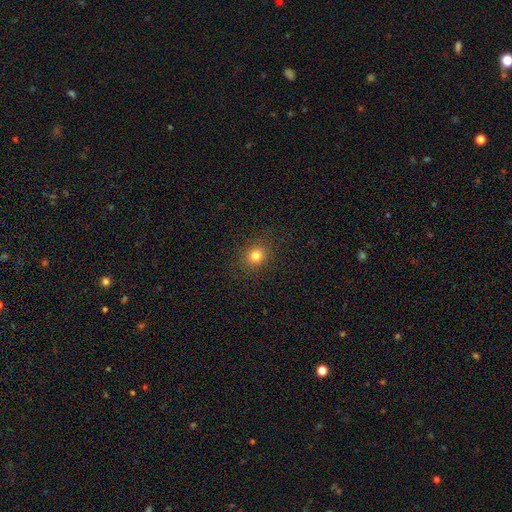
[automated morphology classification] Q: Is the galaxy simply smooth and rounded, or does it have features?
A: smooth — 80%.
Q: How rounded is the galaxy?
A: round — 73%.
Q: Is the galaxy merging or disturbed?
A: none — 88%.